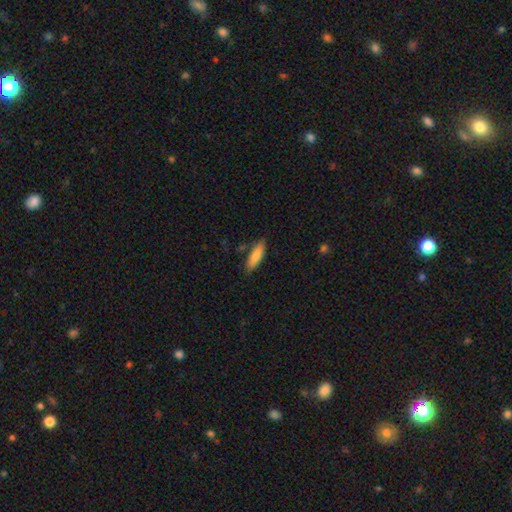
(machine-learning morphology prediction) Smooth or featured? Predicted: smooth (p=0.81). How rounded? Predicted: cigar-shaped (p=0.53). Merging? Predicted: none (p=0.79).